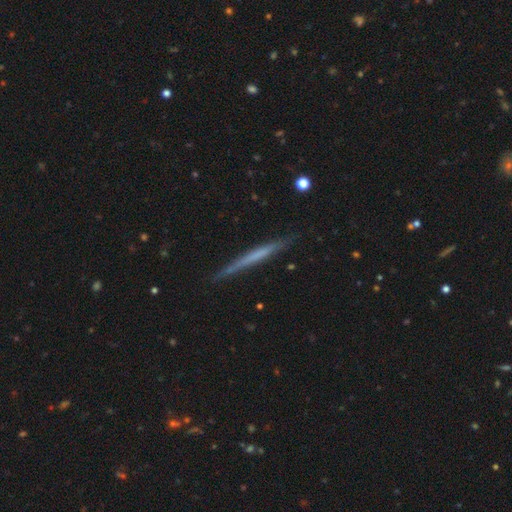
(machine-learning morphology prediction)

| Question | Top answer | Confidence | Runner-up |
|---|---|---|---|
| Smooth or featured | featured or disk | 49% | smooth (45%) |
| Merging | none | 88% | minor disturbance (9%) |